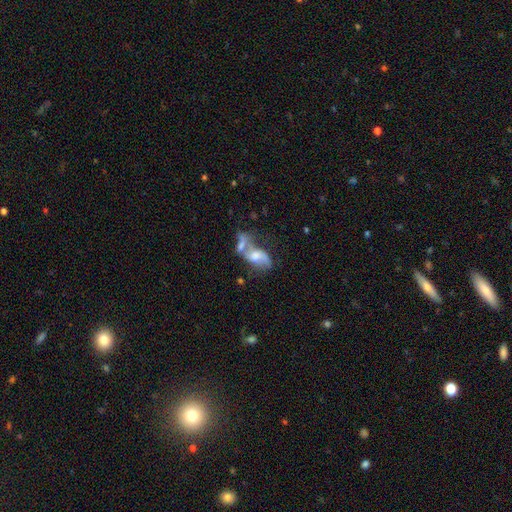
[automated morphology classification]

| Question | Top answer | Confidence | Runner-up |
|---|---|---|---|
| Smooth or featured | featured or disk | 56% | smooth (35%) |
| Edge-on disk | no | 93% | yes (7%) |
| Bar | no | 63% | weak (29%) |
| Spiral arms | yes | 69% | no (31%) |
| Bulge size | moderate | 43% | small (25%) |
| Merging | merger | 56% | none (18%) |